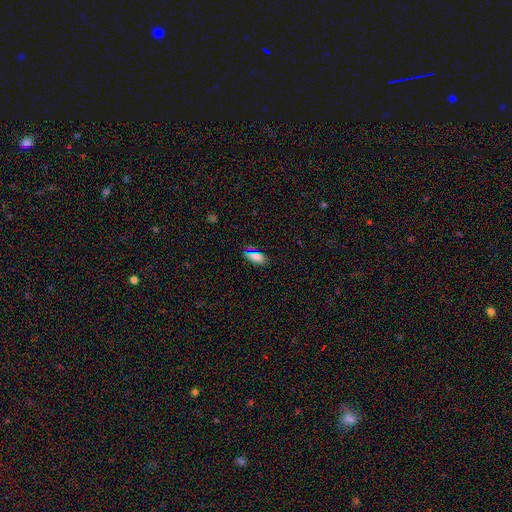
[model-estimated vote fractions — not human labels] Overall: smooth (73%). How rounded: in between (83%). Merging: none (77%).